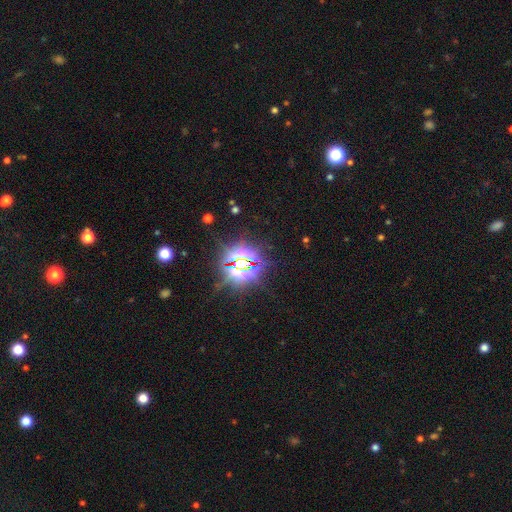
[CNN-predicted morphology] This is clearly a star or artifact rather than a galaxy (84%).